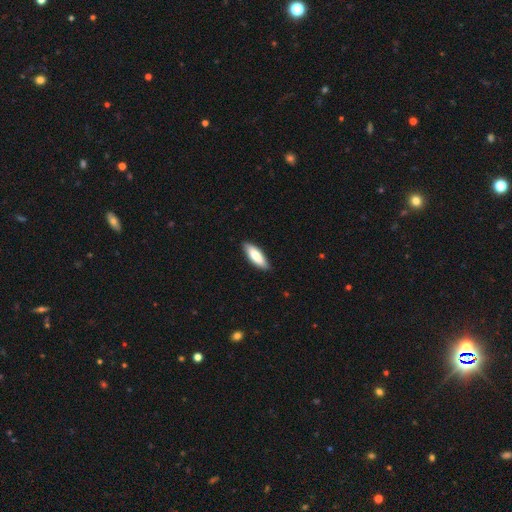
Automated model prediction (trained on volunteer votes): A smooth galaxy with no disk features (80%) that is in between round and cigar-shaped (61%). Merging: none (87%).